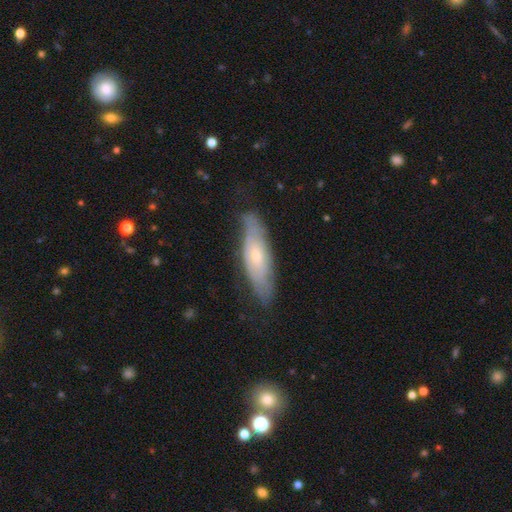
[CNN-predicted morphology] smooth_or_featured: featured or disk (p=0.55) [alt: smooth p=0.39]
disk_edge_on: no (p=0.64) [alt: yes p=0.36]
merging: none (p=0.70) [alt: minor disturbance p=0.22]